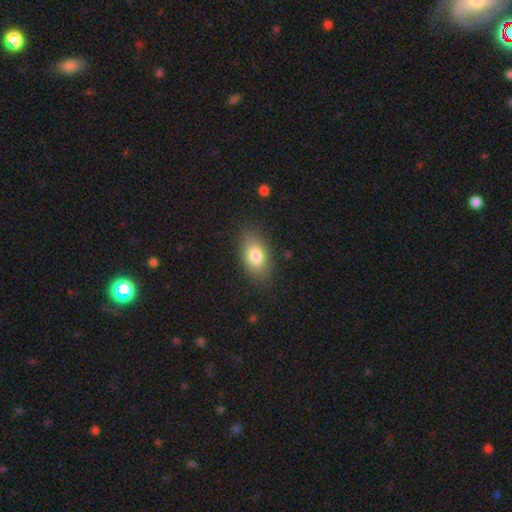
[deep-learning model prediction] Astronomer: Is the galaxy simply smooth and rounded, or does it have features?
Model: smooth — 80%.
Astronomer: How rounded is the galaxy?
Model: in between — 88%.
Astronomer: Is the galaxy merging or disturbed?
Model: none — 81%.